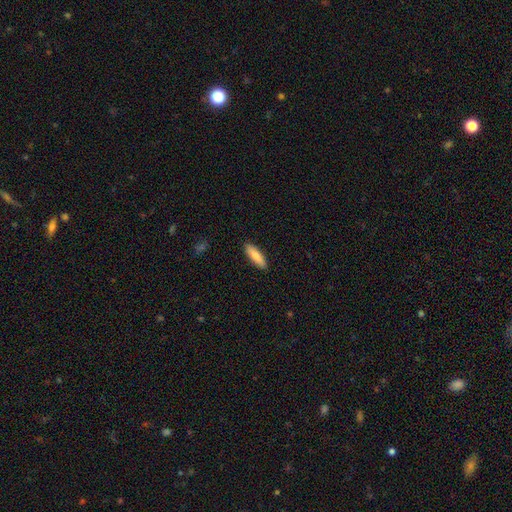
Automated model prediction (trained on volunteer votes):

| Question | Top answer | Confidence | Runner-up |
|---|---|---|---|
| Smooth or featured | smooth | 84% | featured or disk (10%) |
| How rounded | cigar-shaped | 59% | in between (39%) |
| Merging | none | 90% | minor disturbance (7%) |